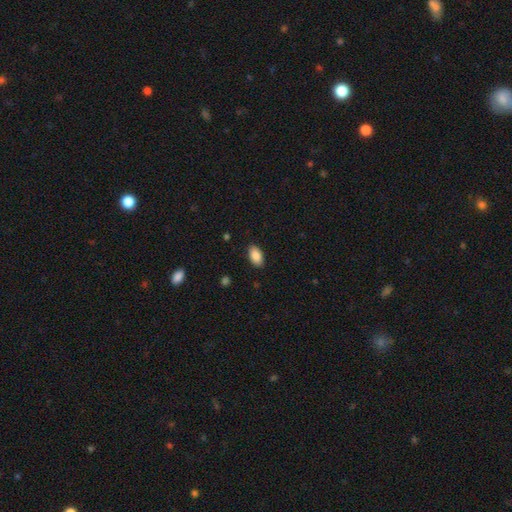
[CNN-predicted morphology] Q: Smooth or featured?
A: smooth (88%); runner-up: star or artifact (7%)
Q: How rounded?
A: in between (94%); runner-up: round (4%)
Q: Merging?
A: none (88%); runner-up: minor disturbance (9%)